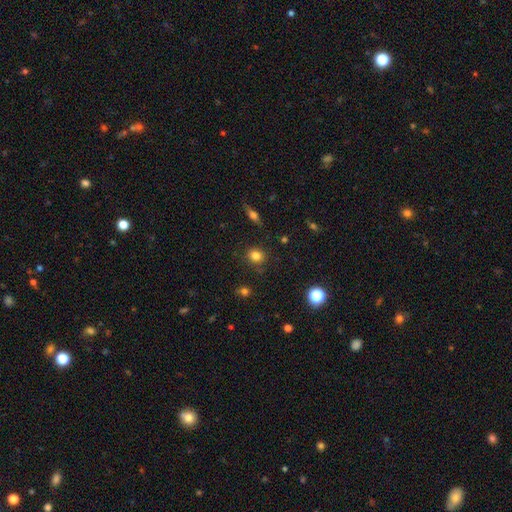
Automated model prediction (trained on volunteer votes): Overall: smooth (81%). How rounded: round (79%). Merging: none (86%).